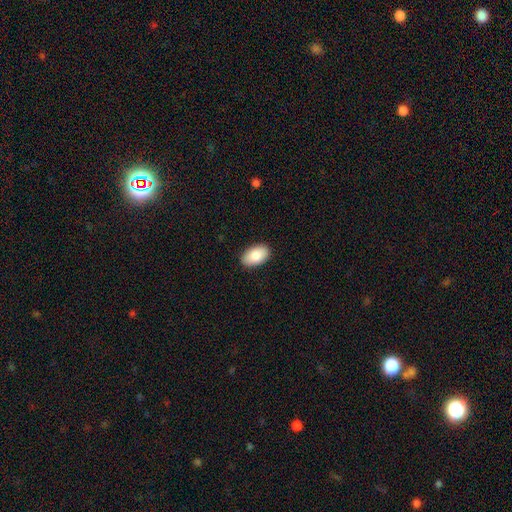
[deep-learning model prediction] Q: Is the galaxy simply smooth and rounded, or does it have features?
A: smooth — 88%.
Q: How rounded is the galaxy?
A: in between — 94%.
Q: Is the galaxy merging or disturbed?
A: none — 89%.